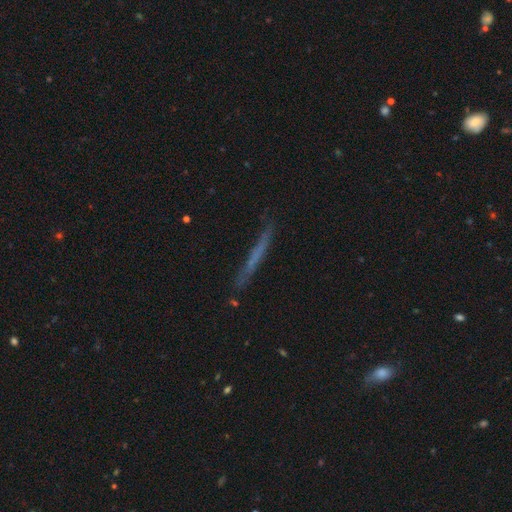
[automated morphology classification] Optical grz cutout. It shows a smooth galaxy with no disk features (47%). Merging: none (81%).